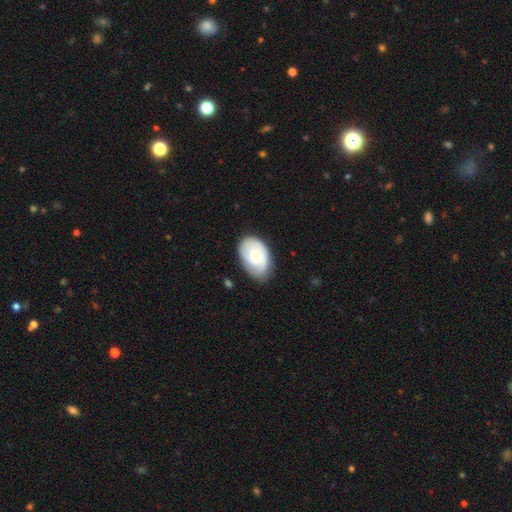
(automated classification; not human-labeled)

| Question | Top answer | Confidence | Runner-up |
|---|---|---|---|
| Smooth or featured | smooth | 55% | featured or disk (40%) |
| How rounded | in between | 87% | round (12%) |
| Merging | none | 70% | minor disturbance (23%) |